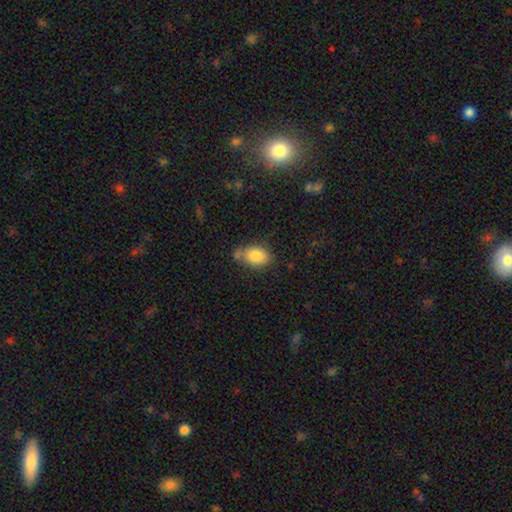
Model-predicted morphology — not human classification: The model was most divided on "merging": none: 58%, minor disturbance: 25%, merger: 11%, major disturbance: 6%. More confident: how rounded — in between (84%); smooth or featured — smooth (82%).